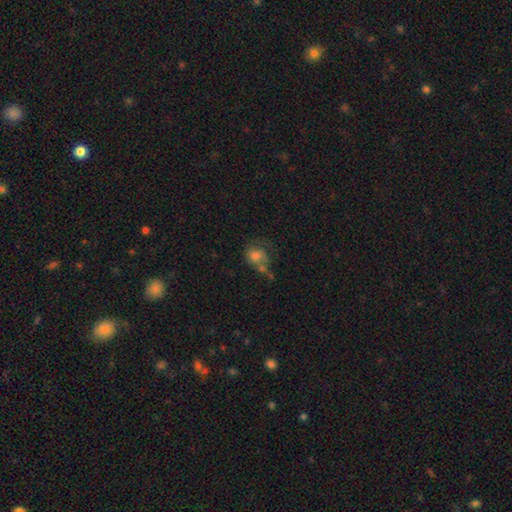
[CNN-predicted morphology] A smooth galaxy with no disk features (68%) that is round (59%).

Vote fractions:
- Smooth or featured? smooth: 68% / featured or disk: 21% / star or artifact: 11%
- How rounded? round: 59% / in between: 40% / cigar-shaped: 1%
- Merging? none: 32% / minor disturbance: 23% / merger: 23% / major disturbance: 21%